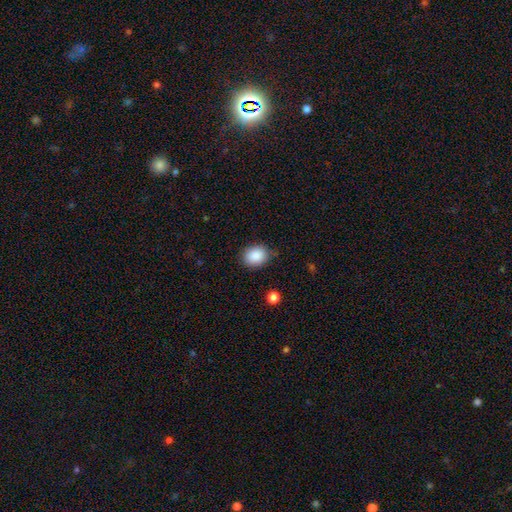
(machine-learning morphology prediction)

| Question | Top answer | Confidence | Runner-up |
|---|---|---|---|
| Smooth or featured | smooth | 88% | star or artifact (8%) |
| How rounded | in between | 52% | round (47%) |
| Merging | none | 80% | minor disturbance (15%) |